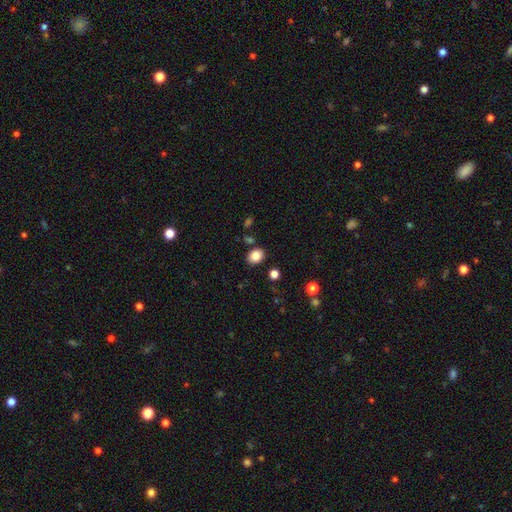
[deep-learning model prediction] Smooth or featured? smooth (83%)
How rounded? in between (58%)
Merging? none (83%)